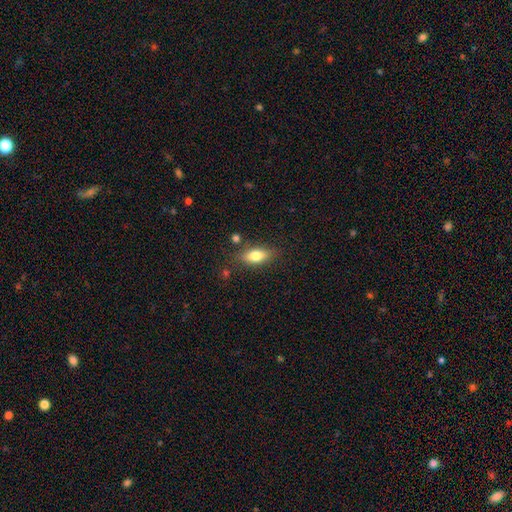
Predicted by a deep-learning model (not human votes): A smooth galaxy with no disk features (75%) that is in between round and cigar-shaped (79%).

Vote fractions:
- Smooth or featured? smooth: 75% / featured or disk: 17% / star or artifact: 8%
- How rounded? in between: 79% / cigar-shaped: 15% / round: 6%
- Merging? none: 78% / minor disturbance: 14% / merger: 4% / major disturbance: 4%